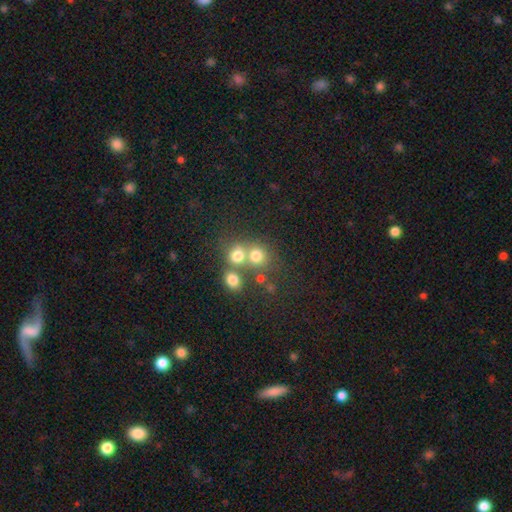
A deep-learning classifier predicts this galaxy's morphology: This is likely a smooth galaxy (72%). How rounded: likely round (79%). Merging: marginally none (44%, tied with merger).